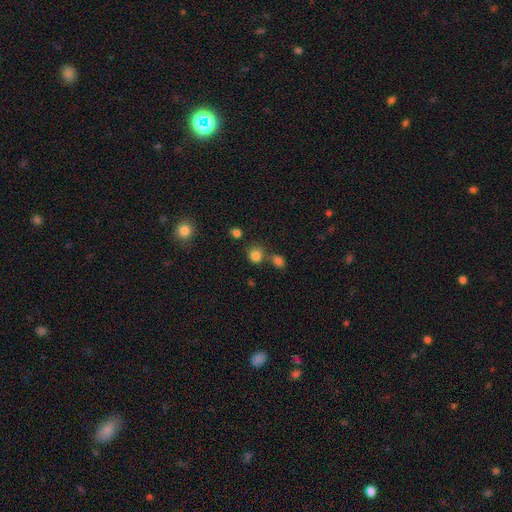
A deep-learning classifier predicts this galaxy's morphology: Smooth or featured?
  - smooth: 81% *
  - star or artifact: 13%
  - featured or disk: 6%
How rounded?
  - round: 84% *
  - in between: 15%
  - cigar-shaped: 1%
Merging?
  - none: 62% *
  - merger: 23%
  - minor disturbance: 11%
  - major disturbance: 4%